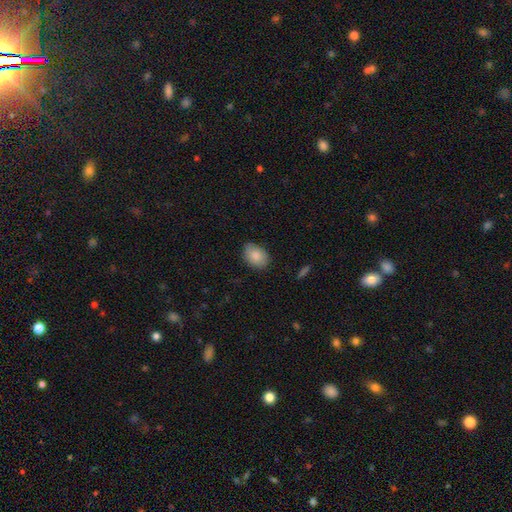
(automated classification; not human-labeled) A smooth galaxy with no disk features (84%) that is in between round and cigar-shaped (76%). Merging: none (79%).